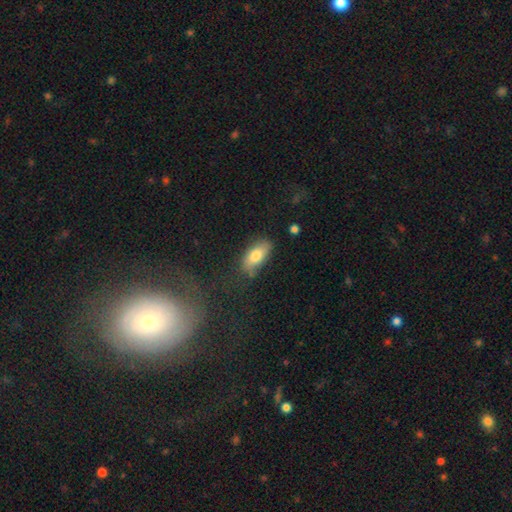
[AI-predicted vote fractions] This appears to be a smooth galaxy with no disk features (78%) that is in between round and cigar-shaped (89%). Merging: none (69%).